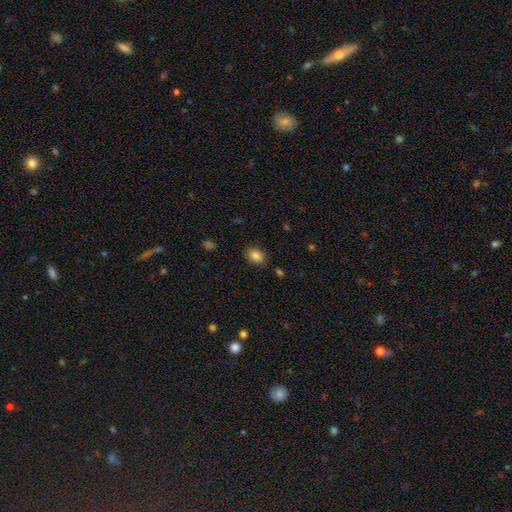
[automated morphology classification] Smooth or featured: smooth — 83% (star or artifact — 10%)
How rounded: in between — 56% (round — 43%)
Merging: none — 85% (minor disturbance — 11%)